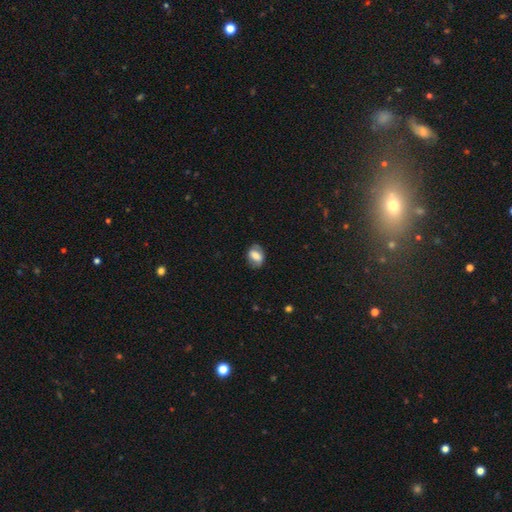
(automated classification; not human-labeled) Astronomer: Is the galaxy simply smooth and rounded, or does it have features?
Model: smooth — 66%.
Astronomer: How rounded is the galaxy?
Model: in between — 78%.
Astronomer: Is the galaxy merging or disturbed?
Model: none — 75%.